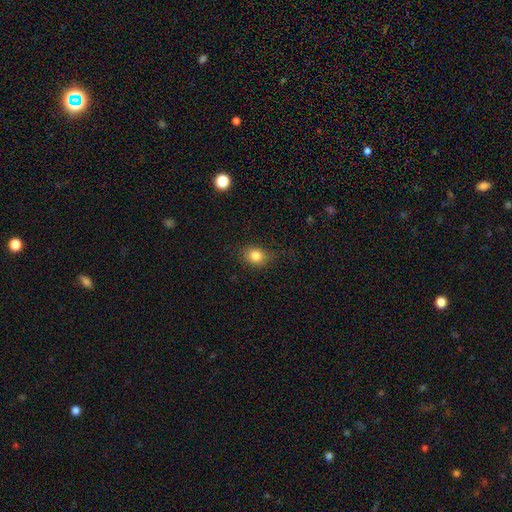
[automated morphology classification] The model was most divided on "how rounded": round: 54%, in between: 44%, cigar-shaped: 1%. More confident: smooth or featured — smooth (82%); merging — none (75%).